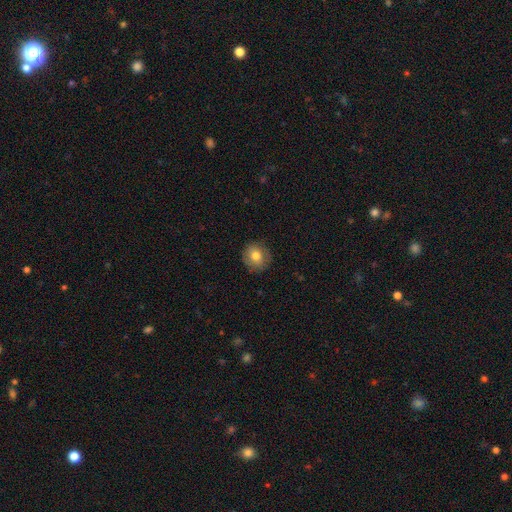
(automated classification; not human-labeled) smooth_or_featured: smooth (p=0.76) [alt: featured or disk p=0.15]
how_rounded: round (p=0.85) [alt: in between p=0.14]
merging: none (p=0.86) [alt: minor disturbance p=0.10]